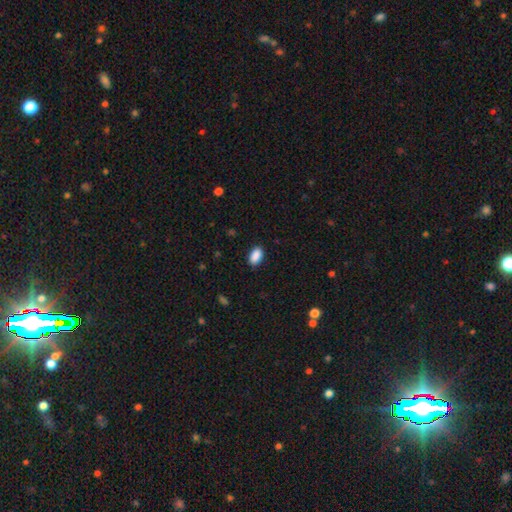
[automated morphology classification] This appears to be a smooth galaxy with no disk features (90%) that is in between round and cigar-shaped (93%). Merging: none (88%).